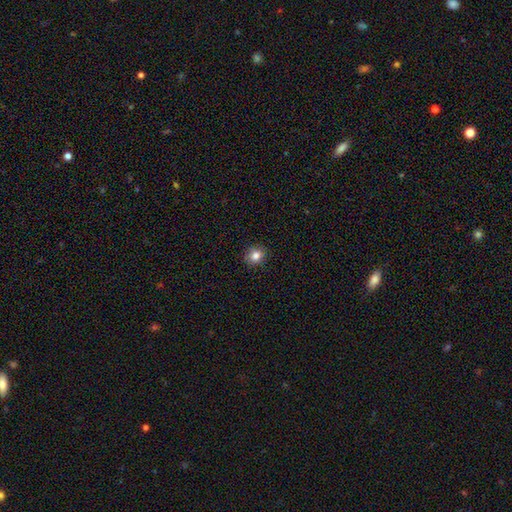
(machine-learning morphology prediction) This appears to be a smooth galaxy with no disk features (82%) that is round (77%). Merging: none (88%).